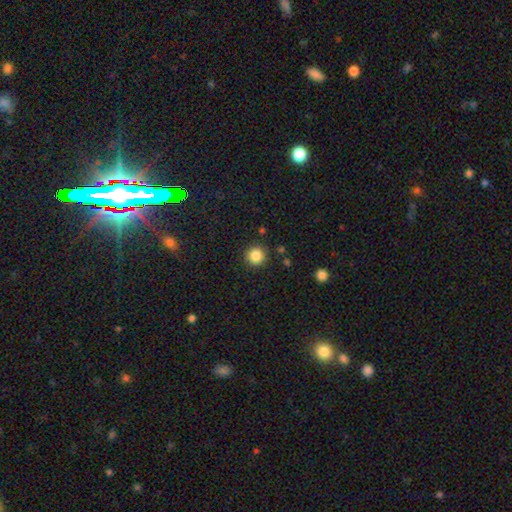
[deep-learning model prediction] smooth 85%, star or artifact 11%, featured or disk 4%. Down the decision tree: how rounded — round (95%); merging — none (90%).